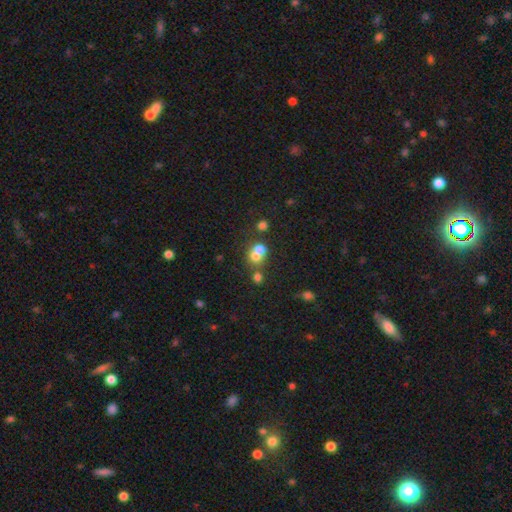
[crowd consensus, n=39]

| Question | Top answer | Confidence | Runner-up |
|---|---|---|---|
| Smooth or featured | smooth | 79% | featured or disk (13%) |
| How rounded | round | 87% | in between (13%) |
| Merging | merger | 53% | none (44%) |